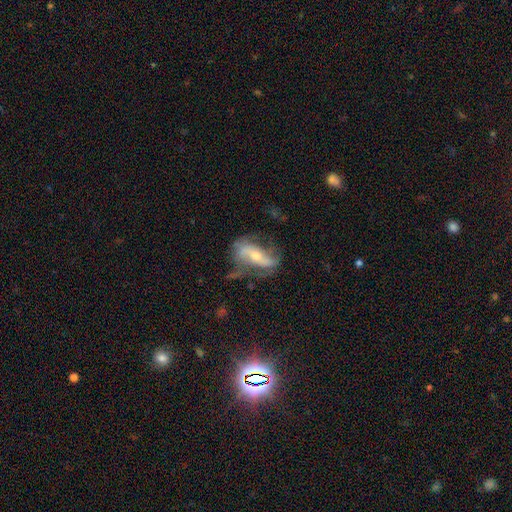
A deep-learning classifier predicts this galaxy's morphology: featured or disk 72%, smooth 21%, star or artifact 7%. Down the decision tree: edge-on disk — no (85%); bar — strong (44%); spiral arms — yes (79%); bulge size — moderate (54%); merging — none (53%).